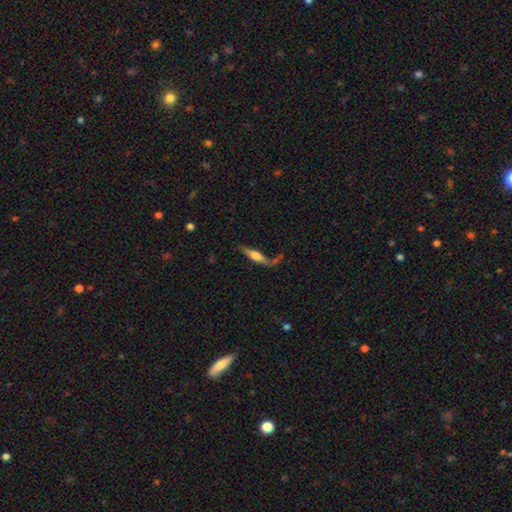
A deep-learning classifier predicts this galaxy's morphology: The model was most divided on "smooth or featured": featured or disk: 53%, smooth: 40%, star or artifact: 7%. More confident: edge-on disk — yes (89%); merging — none (58%).